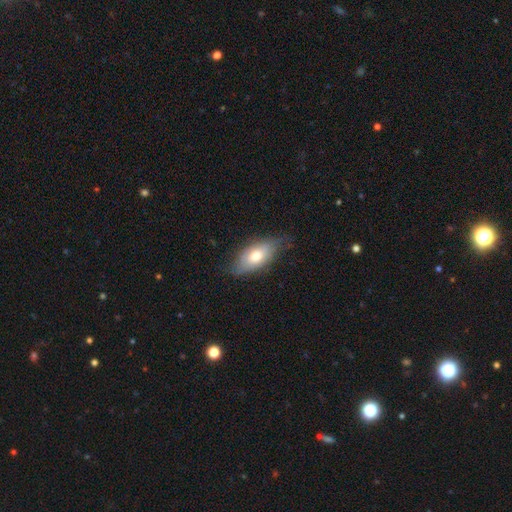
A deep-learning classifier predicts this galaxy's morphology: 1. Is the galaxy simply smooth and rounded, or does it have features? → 67% smooth, 27% featured or disk, 6% star or artifact.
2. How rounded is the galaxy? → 87% in between, 9% cigar-shaped, 4% round.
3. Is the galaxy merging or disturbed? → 67% none, 26% minor disturbance, 6% major disturbance, 1% merger.